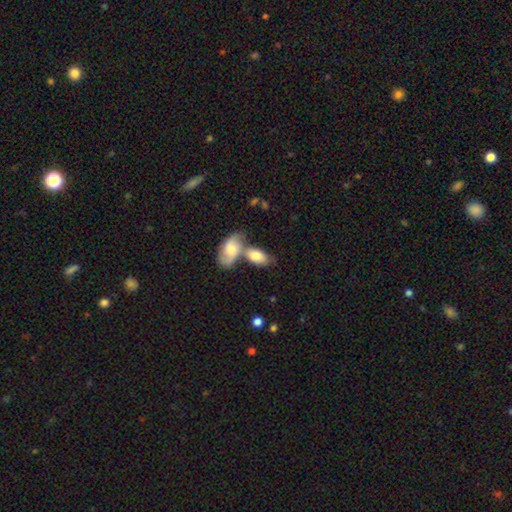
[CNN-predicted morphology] Smooth or featured? smooth (73%)
How rounded? in between (92%)
Merging? merger (55%)